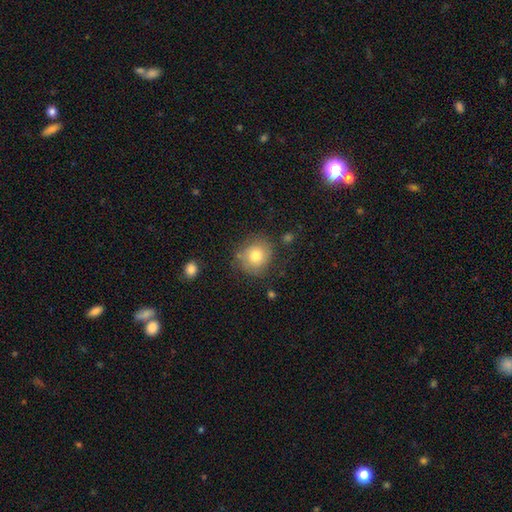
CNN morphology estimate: Smooth or featured?
  - smooth: 76% *
  - featured or disk: 15%
  - star or artifact: 9%
How rounded?
  - round: 82% *
  - in between: 17%
  - cigar-shaped: 1%
Merging?
  - none: 73% *
  - minor disturbance: 18%
  - major disturbance: 6%
  - merger: 3%